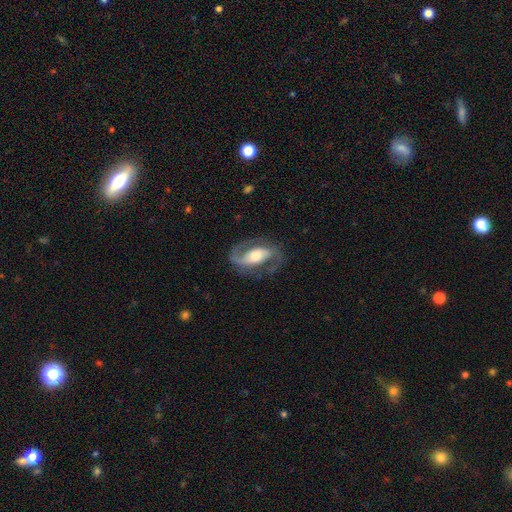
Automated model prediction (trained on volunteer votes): A featured or disk galaxy (86%) with a strong bar (36%), 2 (90%) medium (53%) spiral arms (94%) and a moderate central bulge (66%). Merging: none (79%).